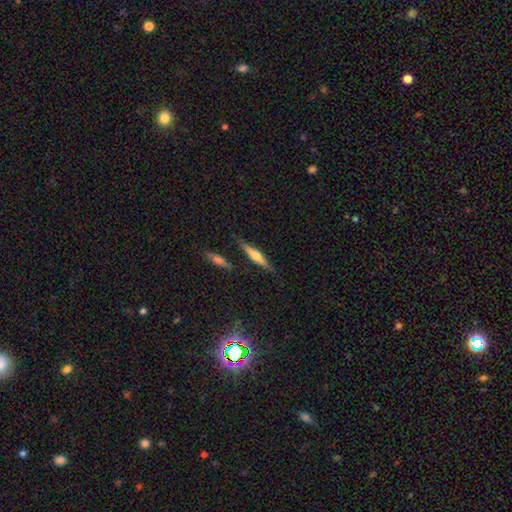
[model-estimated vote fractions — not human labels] A featured or disk galaxy (55%) viewed edge-on (95%) with a rounded central bulge (86%).

Vote fractions:
- Smooth or featured? featured or disk: 55% / smooth: 38% / star or artifact: 7%
- Edge-on disk? yes: 95% / no: 5%
- Edge-on bulge? rounded: 86% / boxy: 8% / none: 6%
- Merging? none: 82% / minor disturbance: 11% / merger: 5% / major disturbance: 3%